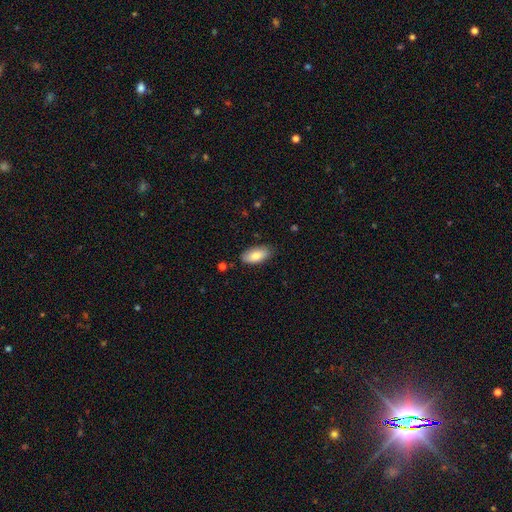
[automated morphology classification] This appears to be a smooth galaxy with no disk features (81%) that is in between round and cigar-shaped (91%). Merging: none (83%).